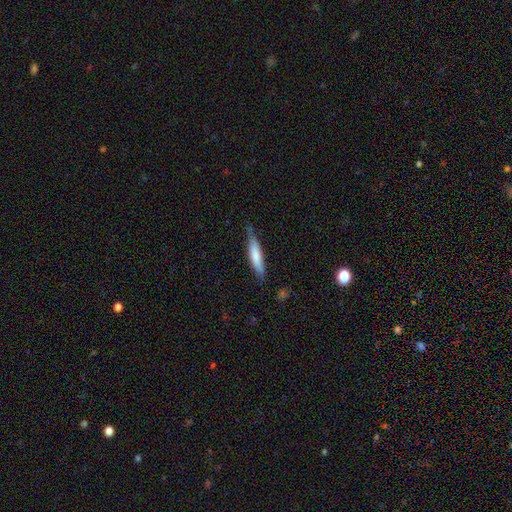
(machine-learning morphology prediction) type=smooth (70%); roundness=cigar-shaped (83%); merging=none (65%).